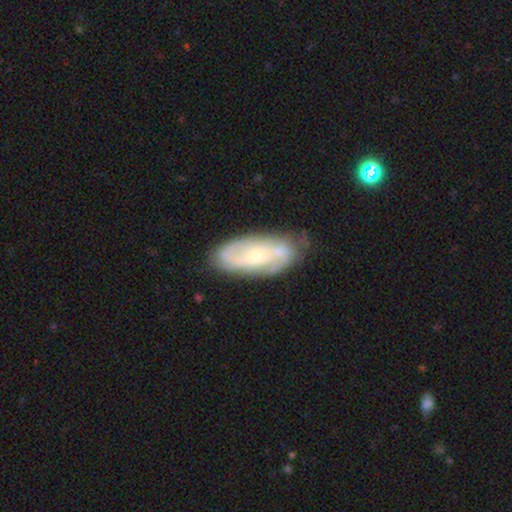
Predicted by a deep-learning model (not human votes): Smooth or featured? featured or disk (70%)
Edge-on disk? no (92%)
Bar? no (57%)
Spiral arms? yes (84%)
Spiral winding? medium (42%)
Spiral arm count? 2 (63%)
Bulge size? small (64%)
Merging? none (69%)